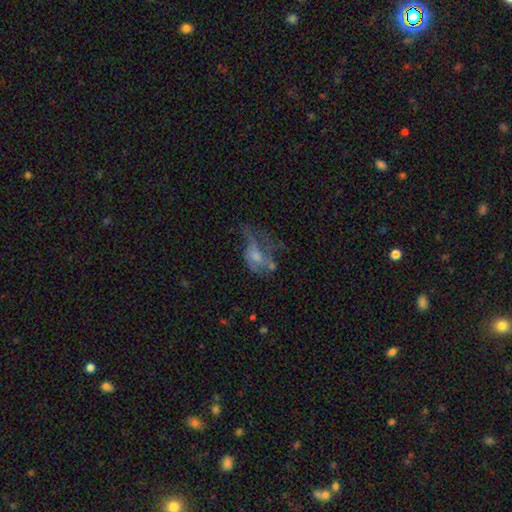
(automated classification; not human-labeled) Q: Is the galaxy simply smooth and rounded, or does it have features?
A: featured or disk — 55%.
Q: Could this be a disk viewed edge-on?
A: no — 95%.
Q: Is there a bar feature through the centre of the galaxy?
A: no — 77%.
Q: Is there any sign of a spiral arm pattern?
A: no — 61%.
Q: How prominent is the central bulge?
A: moderate — 35%.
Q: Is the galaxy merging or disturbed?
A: major disturbance — 49%.